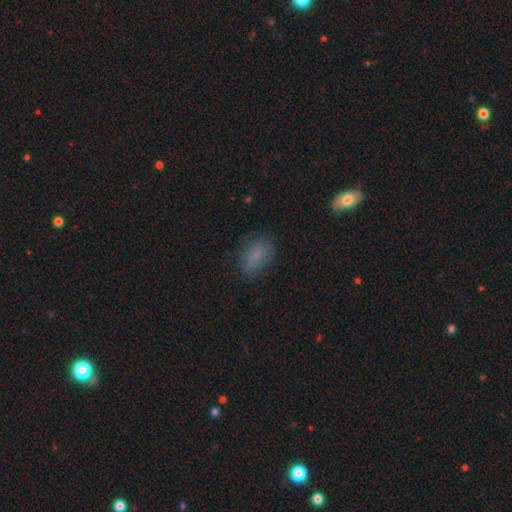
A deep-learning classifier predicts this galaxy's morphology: This appears to be a smooth galaxy with no disk features (74%) that is in between round and cigar-shaped (82%). Merging: none (73%).